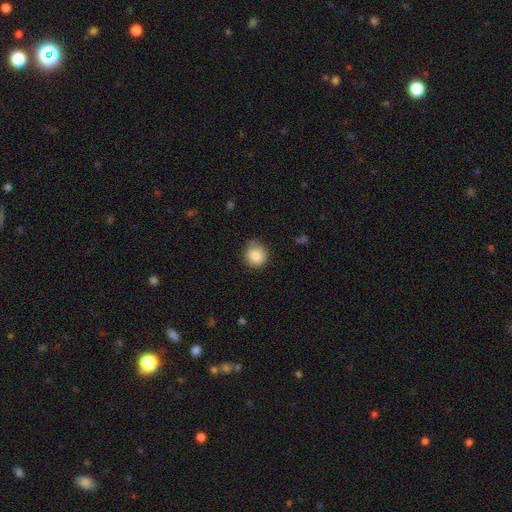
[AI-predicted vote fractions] This is clearly a smooth galaxy (85%). How rounded: clearly round (89%). Merging: likely none (75%).